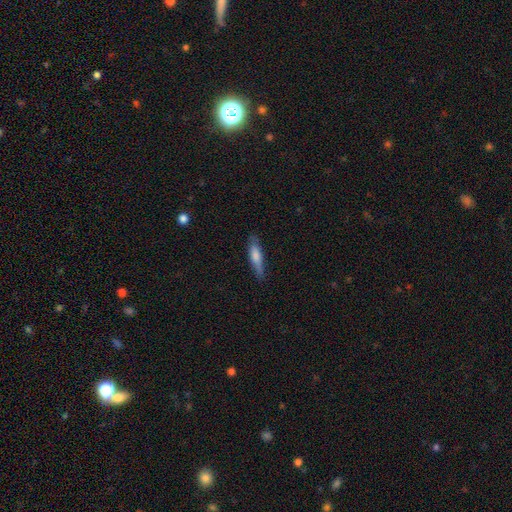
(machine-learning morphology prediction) smooth_or_featured: smooth (p=0.60) [alt: featured or disk p=0.34]
how_rounded: cigar-shaped (p=0.79) [alt: in between p=0.20]
merging: none (p=0.78) [alt: minor disturbance p=0.17]